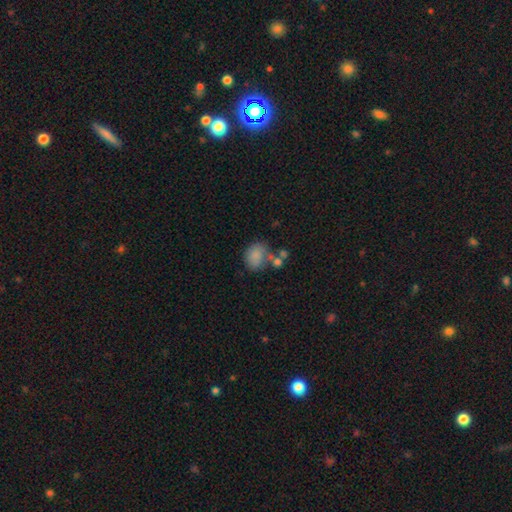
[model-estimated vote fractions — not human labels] smooth 80%, featured or disk 10%, star or artifact 10%. Down the decision tree: how rounded — in between (56%); merging — none (48%).